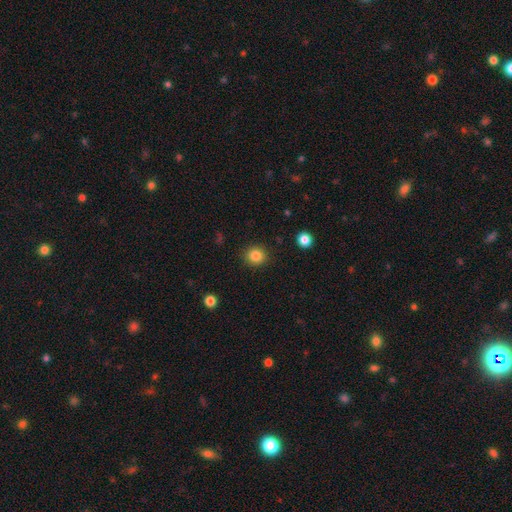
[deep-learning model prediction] A smooth galaxy with no disk features (85%) that is round (84%). Merging: none (90%).